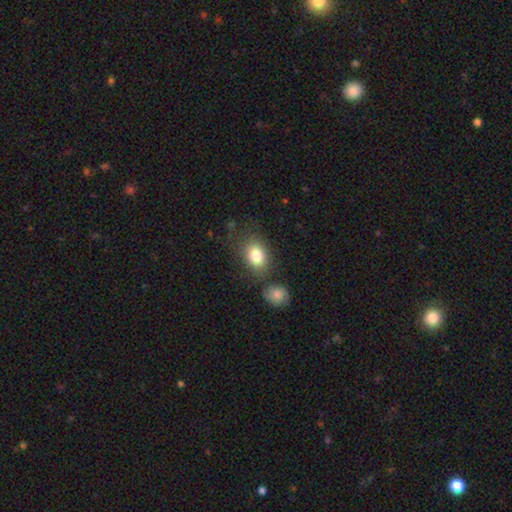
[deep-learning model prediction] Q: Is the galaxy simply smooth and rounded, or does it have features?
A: smooth — 81%.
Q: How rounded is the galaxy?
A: in between — 67%.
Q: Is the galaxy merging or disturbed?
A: none — 69%.